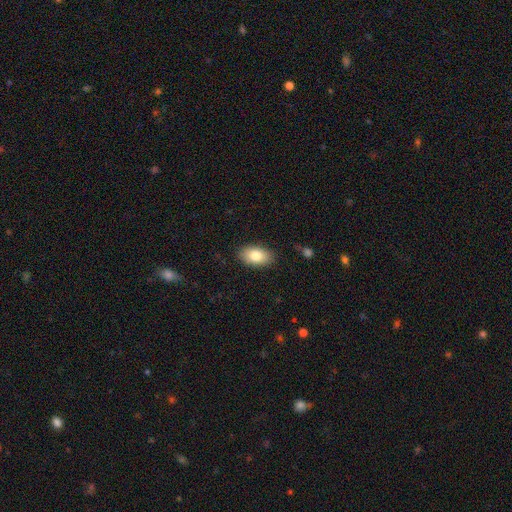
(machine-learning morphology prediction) A smooth galaxy with no disk features (81%) that is in between round and cigar-shaped (91%).

Vote fractions:
- Smooth or featured? smooth: 81% / featured or disk: 12% / star or artifact: 7%
- How rounded? in between: 91% / round: 7% / cigar-shaped: 2%
- Merging? none: 86% / minor disturbance: 11% / major disturbance: 2% / merger: 1%